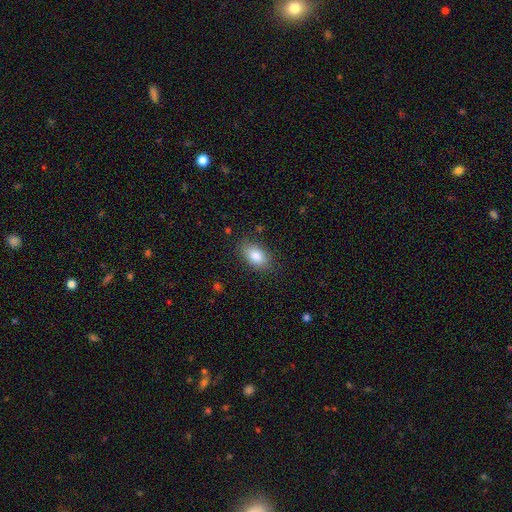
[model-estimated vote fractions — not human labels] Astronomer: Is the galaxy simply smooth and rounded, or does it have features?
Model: smooth — 85%.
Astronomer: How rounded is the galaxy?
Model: in between — 91%.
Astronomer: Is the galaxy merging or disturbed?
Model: none — 83%.